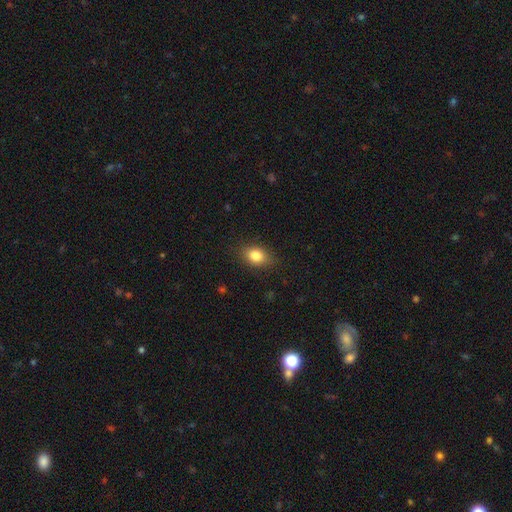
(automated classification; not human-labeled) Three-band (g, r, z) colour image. It shows a smooth galaxy with no disk features (83%) that is in between round and cigar-shaped (69%). Merging: none (83%).